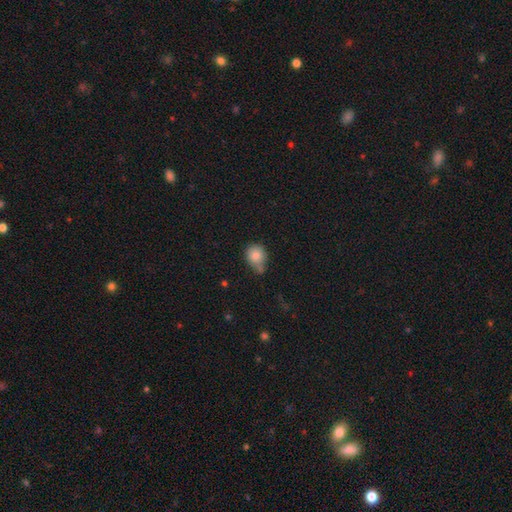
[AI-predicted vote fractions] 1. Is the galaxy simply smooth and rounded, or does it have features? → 82% smooth, 10% star or artifact, 8% featured or disk.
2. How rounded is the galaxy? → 72% round, 27% in between, 1% cigar-shaped.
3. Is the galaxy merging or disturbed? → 47% none, 30% minor disturbance, 15% merger, 8% major disturbance.